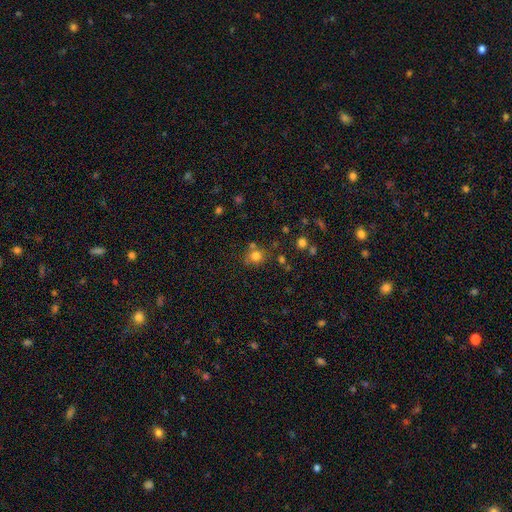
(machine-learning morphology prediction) Smooth or featured? smooth (77%)
How rounded? round (75%)
Merging? none (67%)